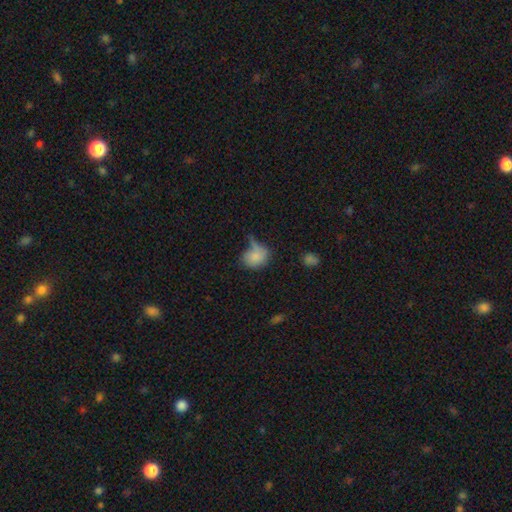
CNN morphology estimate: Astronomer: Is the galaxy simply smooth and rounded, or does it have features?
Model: smooth — 80%.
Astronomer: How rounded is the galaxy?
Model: in between — 49%, tied with round at 49%.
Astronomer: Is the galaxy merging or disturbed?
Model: none — 40% (runner-up: minor disturbance, 29%).